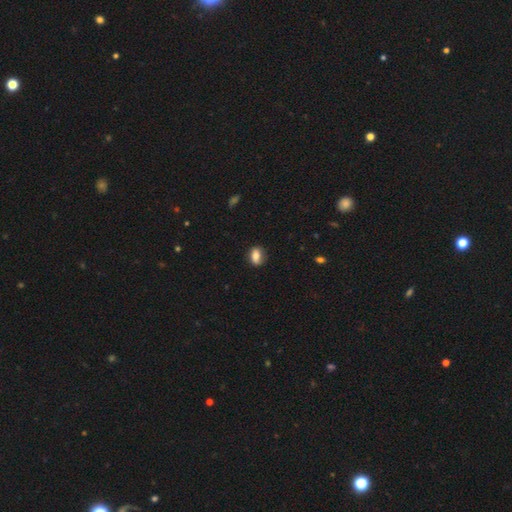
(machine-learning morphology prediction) smooth_or_featured: smooth (p=0.77) [alt: featured or disk p=0.14]
how_rounded: in between (p=0.72) [alt: round p=0.24]
merging: none (p=0.82) [alt: minor disturbance p=0.13]